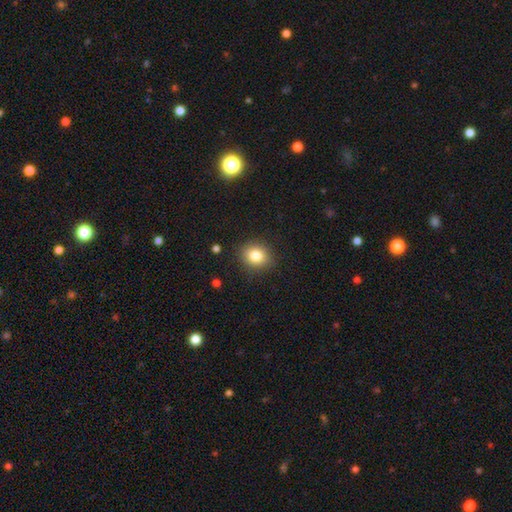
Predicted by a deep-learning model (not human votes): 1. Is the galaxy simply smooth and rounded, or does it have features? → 82% smooth, 11% star or artifact, 7% featured or disk.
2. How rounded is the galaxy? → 71% round, 28% in between, 1% cigar-shaped.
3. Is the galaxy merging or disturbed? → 89% none, 8% minor disturbance, 2% major disturbance, 1% merger.